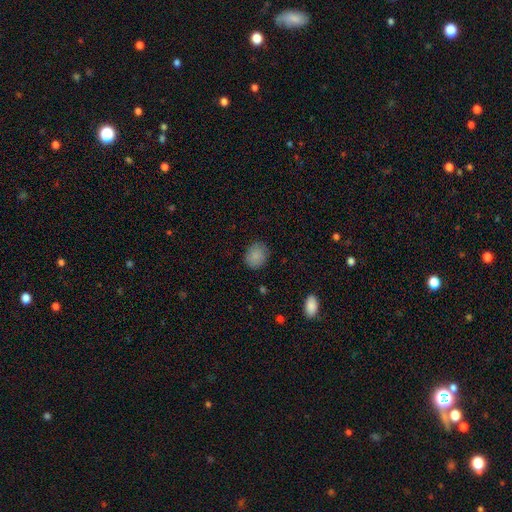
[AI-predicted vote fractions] Smooth or featured? smooth (86%)
How rounded? round (68%)
Merging? none (85%)